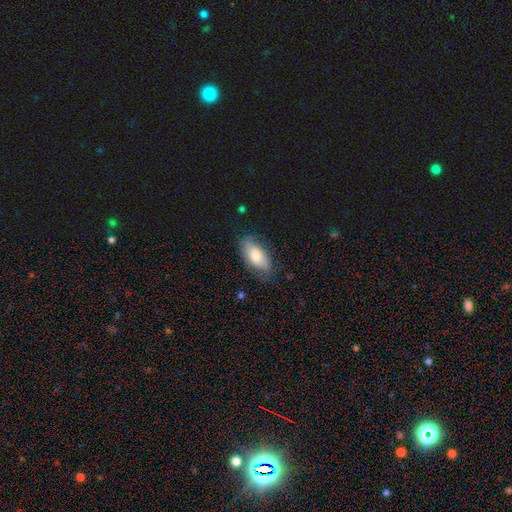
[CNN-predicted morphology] Q: Smooth or featured?
A: smooth (74%); runner-up: featured or disk (20%)
Q: How rounded?
A: in between (89%); runner-up: cigar-shaped (8%)
Q: Merging?
A: none (71%); runner-up: minor disturbance (22%)